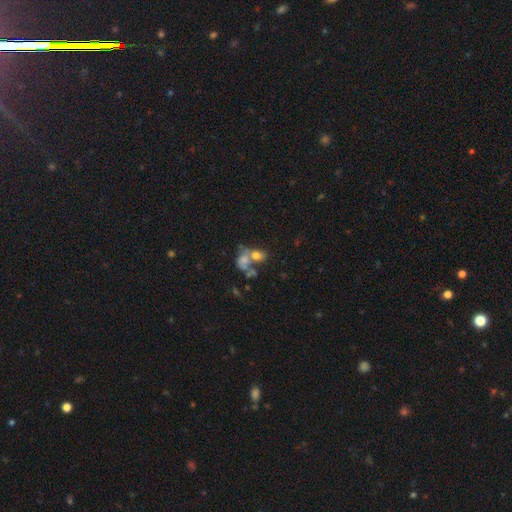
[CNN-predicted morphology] smooth_or_featured: smooth (p=0.62) [alt: featured or disk p=0.25]
how_rounded: in between (p=0.65) [alt: round p=0.33]
merging: merger (p=0.55) [alt: none p=0.25]